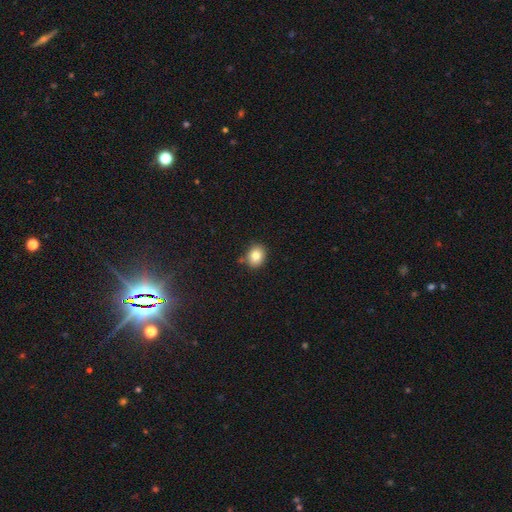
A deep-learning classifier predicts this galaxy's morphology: Q: Smooth or featured?
A: smooth (81%); runner-up: star or artifact (10%)
Q: How rounded?
A: round (55%); runner-up: in between (45%)
Q: Merging?
A: none (82%); runner-up: minor disturbance (11%)